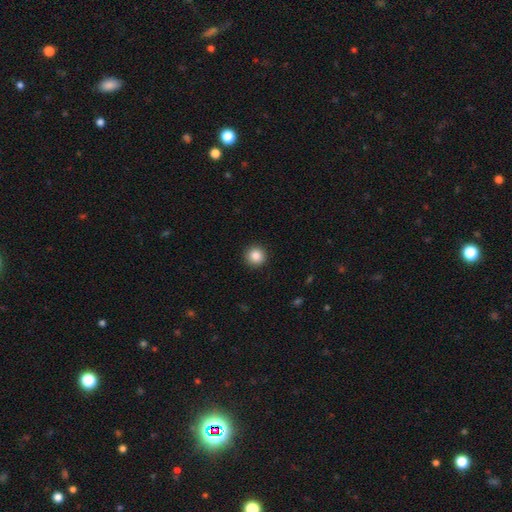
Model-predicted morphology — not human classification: smooth 86%, star or artifact 10%, featured or disk 4%. Down the decision tree: how rounded — round (95%); merging — none (92%).